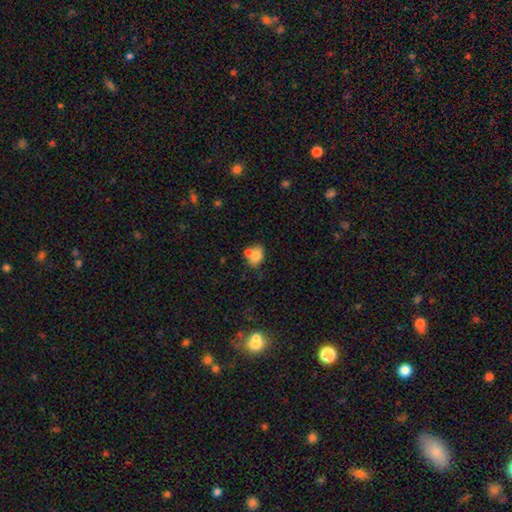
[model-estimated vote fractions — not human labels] Overall: smooth (76%). How rounded: in between (76%). Merging: none (46%; merger 35%).